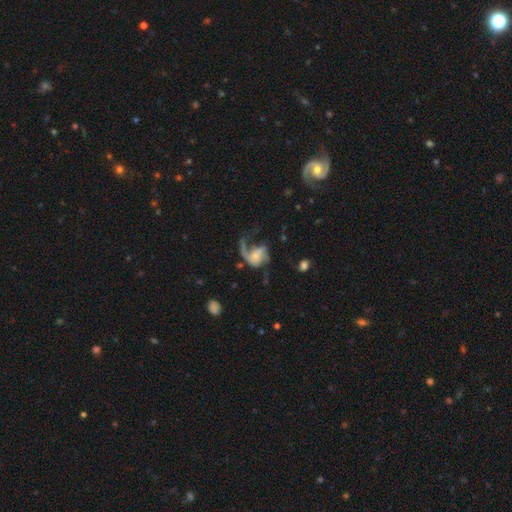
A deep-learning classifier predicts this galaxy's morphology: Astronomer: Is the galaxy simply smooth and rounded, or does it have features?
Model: featured or disk — 68%.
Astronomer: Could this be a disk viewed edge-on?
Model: no — 97%.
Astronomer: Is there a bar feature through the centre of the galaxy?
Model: no — 64%.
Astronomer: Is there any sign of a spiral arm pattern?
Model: yes — 83%.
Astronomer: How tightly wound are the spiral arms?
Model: loose — 66%.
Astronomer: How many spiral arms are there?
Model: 1 — 65%.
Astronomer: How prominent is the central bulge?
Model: small — 44% (runner-up: moderate, 28%).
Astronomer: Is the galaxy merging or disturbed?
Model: major disturbance — 56%.